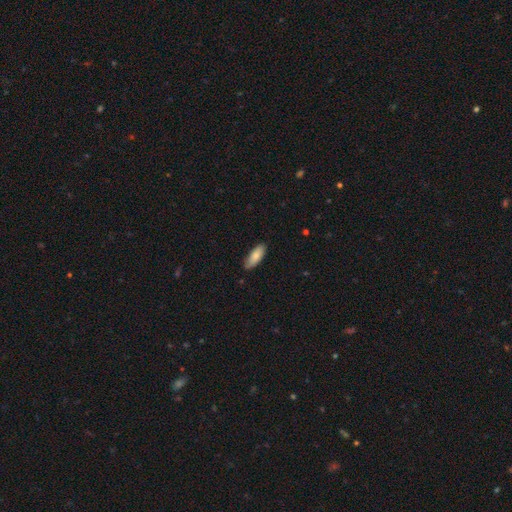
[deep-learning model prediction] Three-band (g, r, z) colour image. It shows a smooth galaxy with no disk features (81%) that is in between round and cigar-shaped (73%). Merging: none (82%).